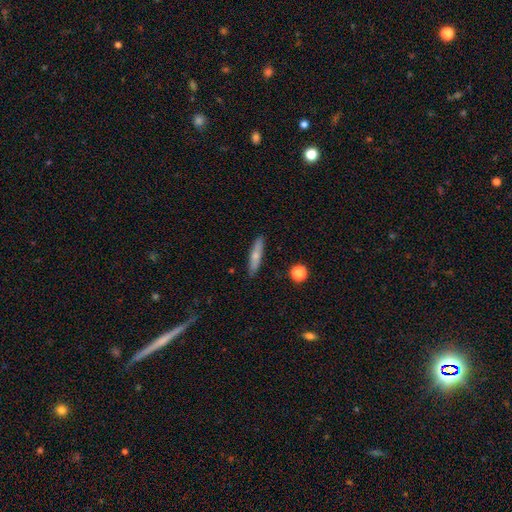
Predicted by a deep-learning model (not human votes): smooth 63%, featured or disk 30%, star or artifact 7%. Down the decision tree: how rounded — cigar-shaped (84%); merging — none (89%).